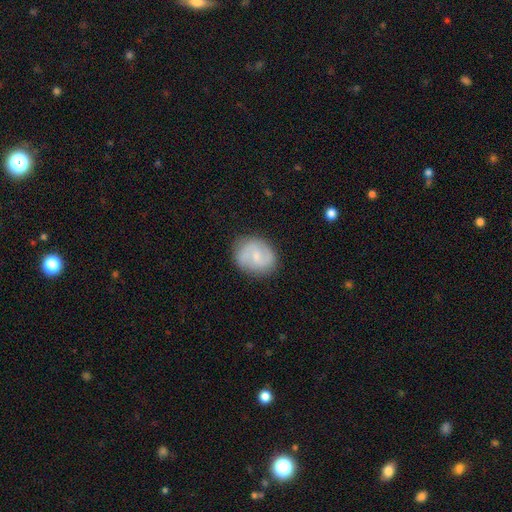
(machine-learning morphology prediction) This is likely a featured or disk galaxy (62%). It is clearly not viewed edge-on (98%). Bar: possibly weak (54%). Spiral arm pattern: clearly yes (90%). Spiral arm count: clearly 2 (86%). Spiral winding: possibly medium (50%). Central bulge: possibly small (58%). Merging: clearly none (81%).